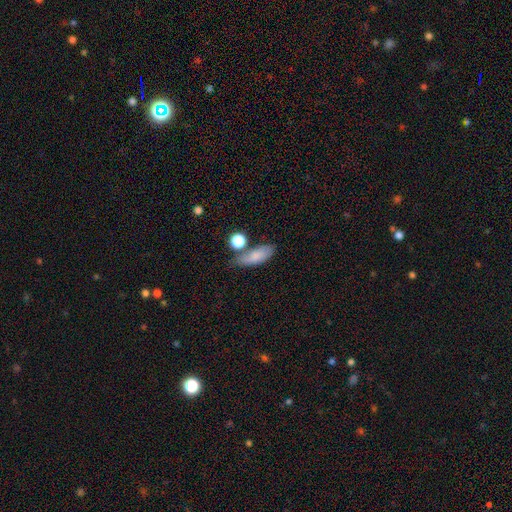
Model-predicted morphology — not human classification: type=smooth (79%); roundness=in between (72%); merging=none (55%).